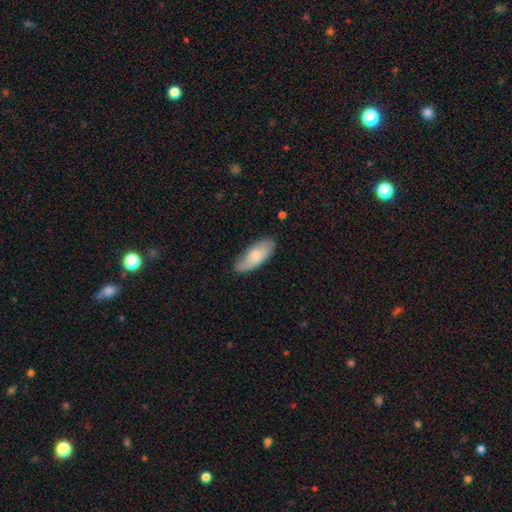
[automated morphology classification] Smooth or featured?
  - smooth: 67% *
  - featured or disk: 27%
  - star or artifact: 5%
How rounded?
  - in between: 83% *
  - cigar-shaped: 16%
  - round: 2%
Merging?
  - none: 77% *
  - minor disturbance: 19%
  - major disturbance: 3%
  - merger: 1%